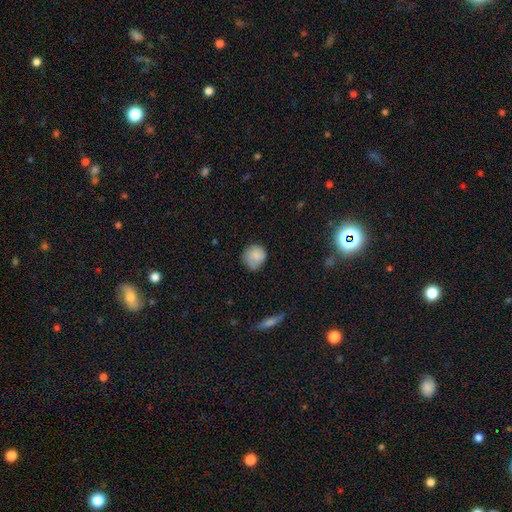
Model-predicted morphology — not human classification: Smooth or featured?
  - smooth: 83% *
  - featured or disk: 9%
  - star or artifact: 8%
How rounded?
  - round: 83% *
  - in between: 16%
  - cigar-shaped: 1%
Merging?
  - none: 64% *
  - minor disturbance: 28%
  - major disturbance: 6%
  - merger: 2%